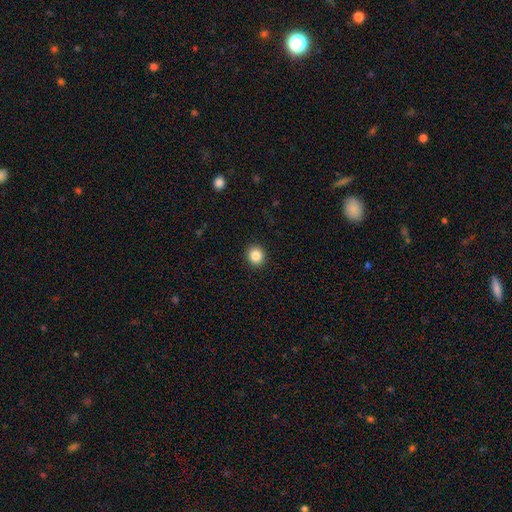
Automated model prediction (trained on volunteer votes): Overall: smooth (86%). How rounded: round (85%). Merging: none (92%).